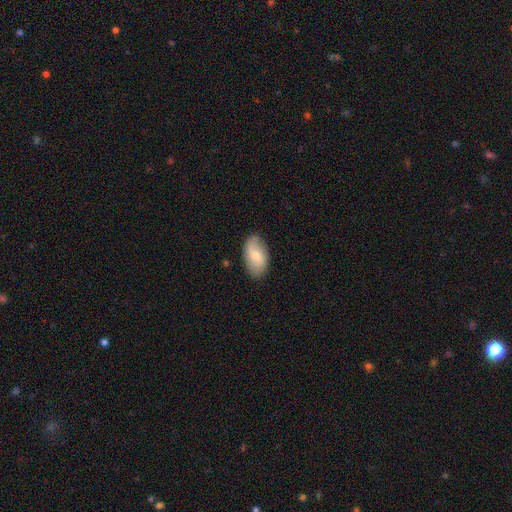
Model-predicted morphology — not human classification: A smooth galaxy with no disk features (62%) that is in between round and cigar-shaped (93%). Merging: none (81%).